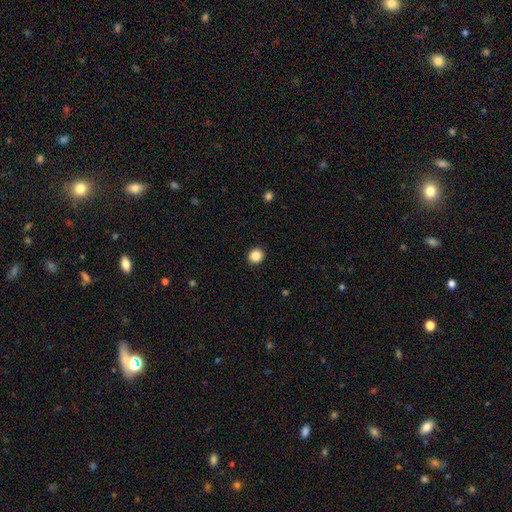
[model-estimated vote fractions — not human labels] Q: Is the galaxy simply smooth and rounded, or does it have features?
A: smooth — 86%.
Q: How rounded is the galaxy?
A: round — 83%.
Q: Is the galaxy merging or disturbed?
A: none — 93%.